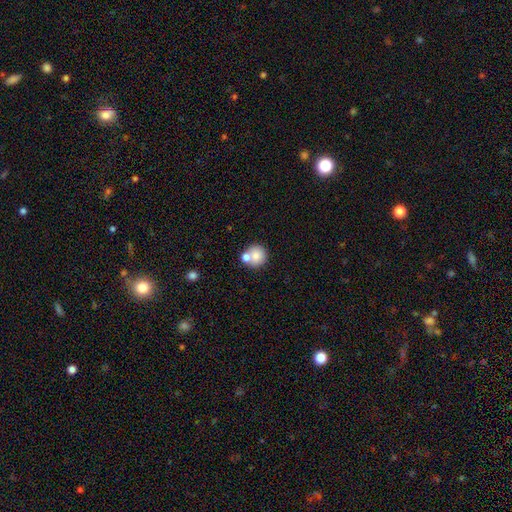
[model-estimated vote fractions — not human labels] A smooth galaxy with no disk features (76%) that is round (91%).

Vote fractions:
- Smooth or featured? smooth: 76% / featured or disk: 14% / star or artifact: 10%
- How rounded? round: 91% / in between: 8% / cigar-shaped: 1%
- Merging? none: 57% / merger: 31% / minor disturbance: 9% / major disturbance: 3%